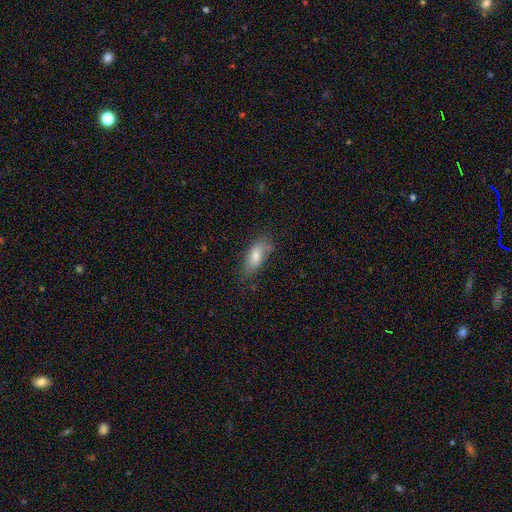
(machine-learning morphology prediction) smooth_or_featured: smooth (p=0.77) [alt: featured or disk p=0.15]
how_rounded: in between (p=0.79) [alt: cigar-shaped p=0.18]
merging: none (p=0.70) [alt: minor disturbance p=0.22]